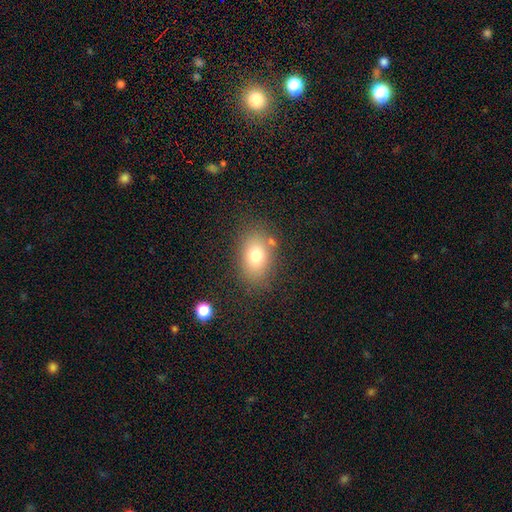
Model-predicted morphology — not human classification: A smooth galaxy with no disk features (76%) that is in between round and cigar-shaped (78%).

Vote fractions:
- Smooth or featured? smooth: 76% / featured or disk: 13% / star or artifact: 11%
- How rounded? in between: 78% / round: 21% / cigar-shaped: 1%
- Merging? none: 76% / minor disturbance: 14% / major disturbance: 5% / merger: 5%